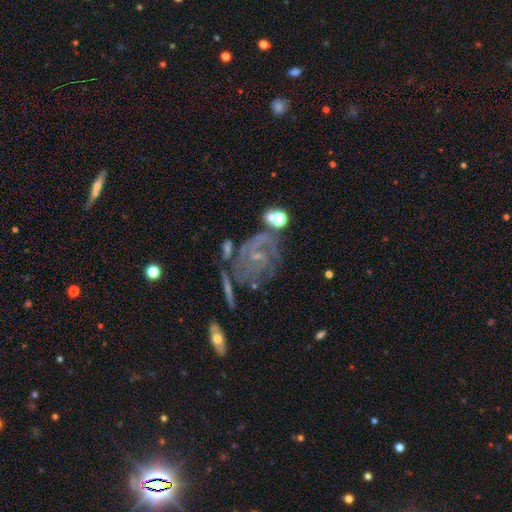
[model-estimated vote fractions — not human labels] Q: Smooth or featured?
A: featured or disk (78%); runner-up: star or artifact (12%)
Q: Edge-on disk?
A: no (96%); runner-up: yes (4%)
Q: Bar?
A: no (63%); runner-up: weak (29%)
Q: Spiral arms?
A: yes (91%); runner-up: no (9%)
Q: Spiral winding?
A: tight (60%); runner-up: medium (31%)
Q: Spiral arm count?
A: can't tell (31%); runner-up: 2 (29%)
Q: Bulge size?
A: small (79%); runner-up: moderate (12%)
Q: Merging?
A: none (58%); runner-up: minor disturbance (19%)